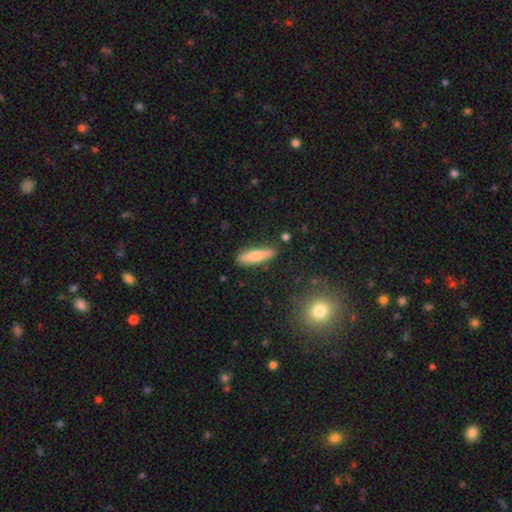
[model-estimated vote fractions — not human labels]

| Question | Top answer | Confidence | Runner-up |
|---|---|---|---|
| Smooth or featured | smooth | 75% | featured or disk (18%) |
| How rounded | cigar-shaped | 68% | in between (30%) |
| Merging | none | 85% | minor disturbance (10%) |